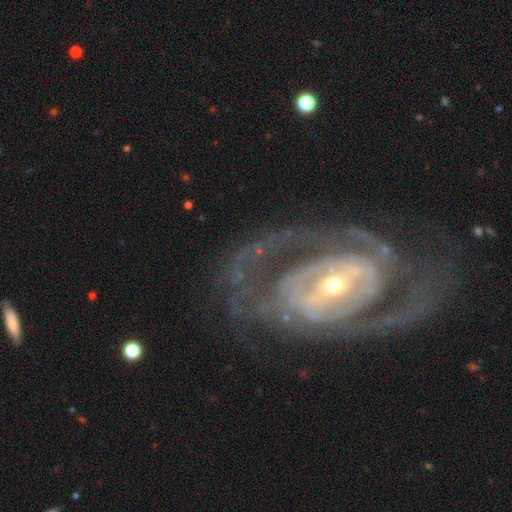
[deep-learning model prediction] Smooth or featured: featured or disk — 88% (smooth — 6%)
Edge-on disk: no — 96% (yes — 4%)
Bar: strong — 41% (weak — 34%)
Spiral arms: yes — 88% (no — 12%)
Spiral winding: tight — 50% (medium — 37%)
Spiral arm count: 2 — 51% (can't tell — 23%)
Bulge size: small — 54% (moderate — 40%)
Merging: none — 64% (major disturbance — 19%)